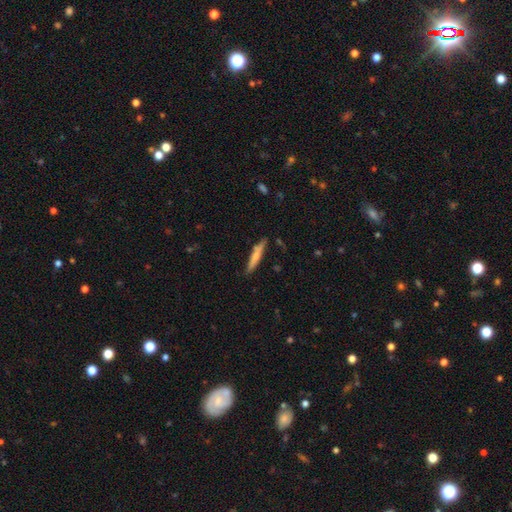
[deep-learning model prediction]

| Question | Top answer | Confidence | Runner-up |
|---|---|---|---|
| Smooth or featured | smooth | 62% | featured or disk (32%) |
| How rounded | cigar-shaped | 92% | in between (7%) |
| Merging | none | 82% | minor disturbance (13%) |